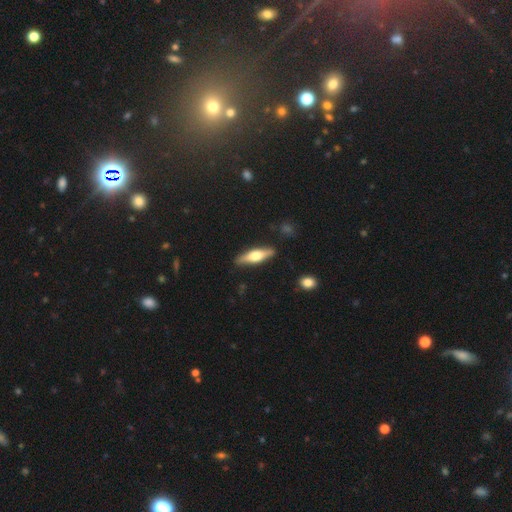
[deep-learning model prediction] Smooth or featured?
  - featured or disk: 49% *
  - smooth: 45%
  - star or artifact: 5%
Merging?
  - none: 87% *
  - minor disturbance: 9%
  - major disturbance: 2%
  - merger: 1%